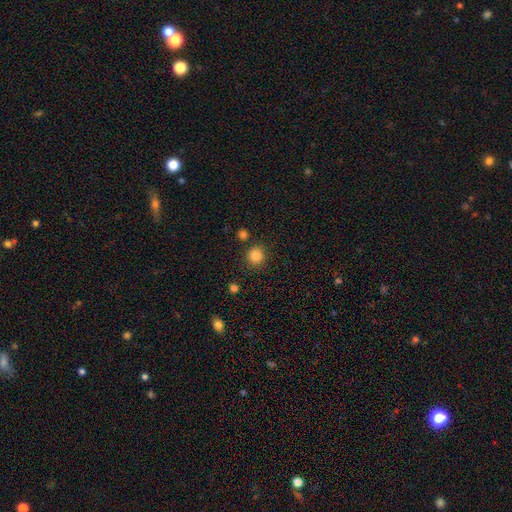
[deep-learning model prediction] A smooth galaxy with no disk features (85%) that is round (91%).

Vote fractions:
- Smooth or featured? smooth: 85% / star or artifact: 11% / featured or disk: 4%
- How rounded? round: 91% / in between: 8% / cigar-shaped: 1%
- Merging? none: 85% / minor disturbance: 8% / merger: 4% / major disturbance: 3%